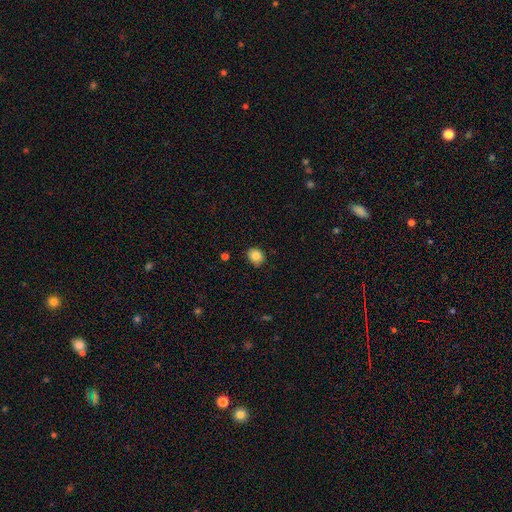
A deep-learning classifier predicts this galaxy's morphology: smooth 85%, star or artifact 10%, featured or disk 6%. Down the decision tree: how rounded — round (68%); merging — none (87%).